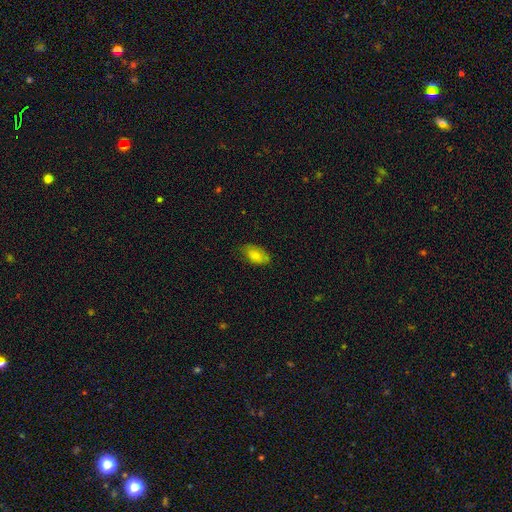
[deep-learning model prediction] smooth-or-featured: smooth: 80% | featured or disk: 13% | star or artifact: 8%
  how-rounded: in between: 93% | round: 5% | cigar-shaped: 3%
  merging: none: 73% | minor disturbance: 22% | major disturbance: 4% | merger: 1%